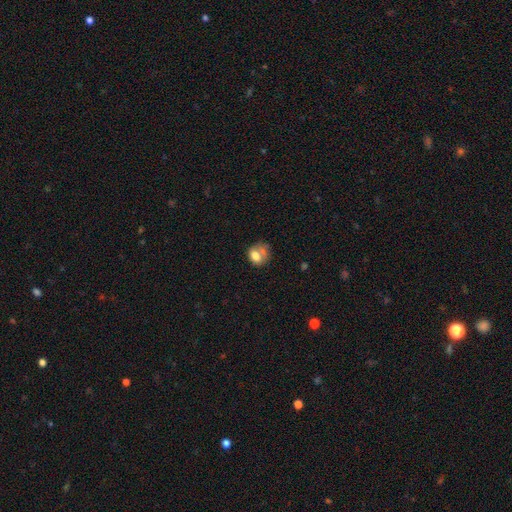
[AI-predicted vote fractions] This is likely a smooth galaxy (68%). How rounded: possibly round (52%). Merging: marginally none (37%).